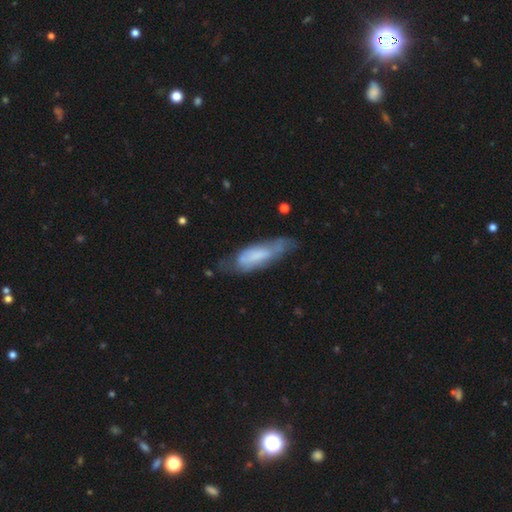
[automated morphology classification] smooth-or-featured: smooth: 52% | featured or disk: 41% | star or artifact: 7%
  how-rounded: in between: 51% | cigar-shaped: 47% | round: 2%
  merging: none: 47% | minor disturbance: 32% | major disturbance: 17% | merger: 4%